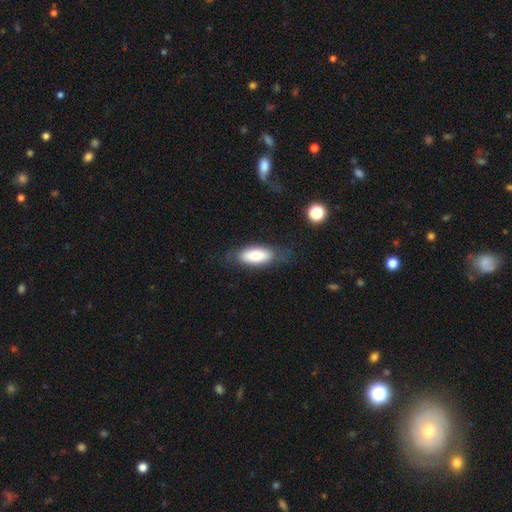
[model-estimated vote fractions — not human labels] Morphology: type=smooth (79%); roundness=in between (80%); merging=none (72%).